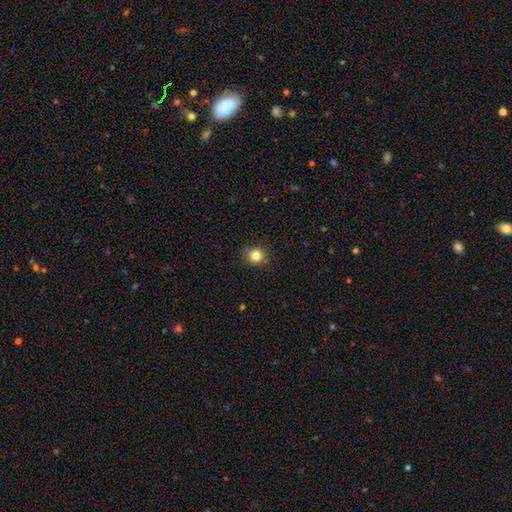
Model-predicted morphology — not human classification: Overall: smooth (83%). How rounded: round (87%). Merging: none (88%).